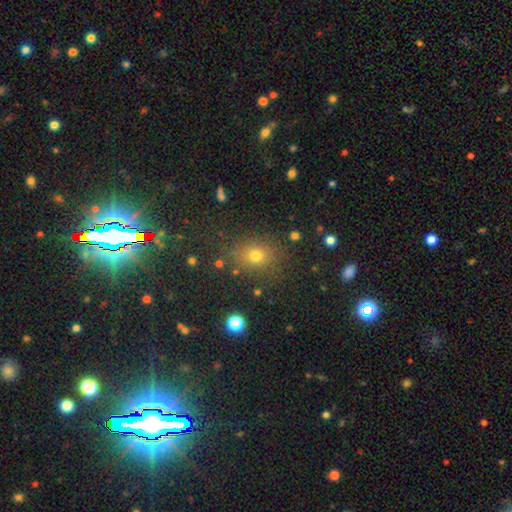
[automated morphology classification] smooth 69%, star or artifact 22%, featured or disk 9%. Down the decision tree: how rounded — round (62%); merging — none (81%).